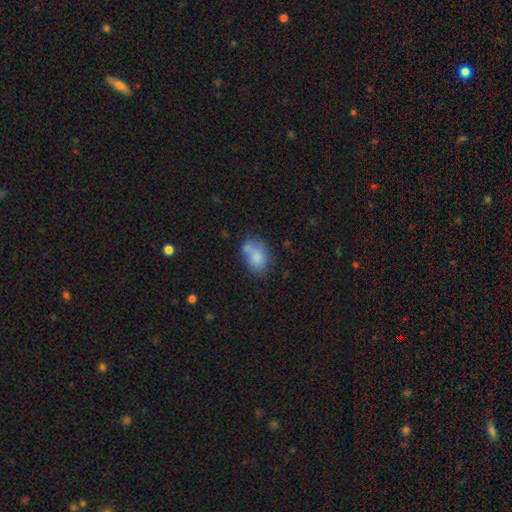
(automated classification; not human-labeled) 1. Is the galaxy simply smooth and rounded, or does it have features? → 77% smooth, 14% featured or disk, 9% star or artifact.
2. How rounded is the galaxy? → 76% in between, 23% round, 1% cigar-shaped.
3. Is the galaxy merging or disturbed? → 44% none, 23% merger, 23% minor disturbance, 10% major disturbance.